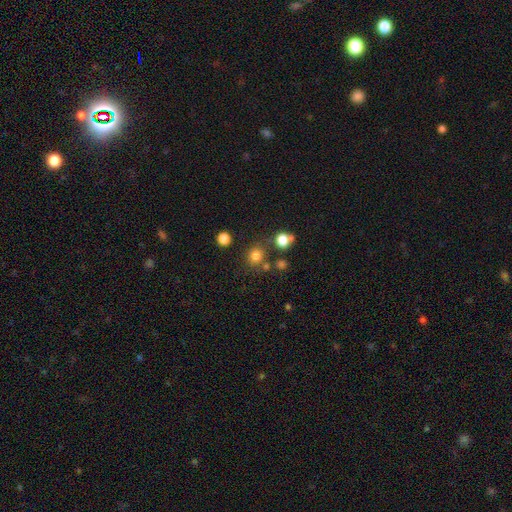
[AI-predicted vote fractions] Overall: smooth (78%). How rounded: round (81%). Merging: none (73%).